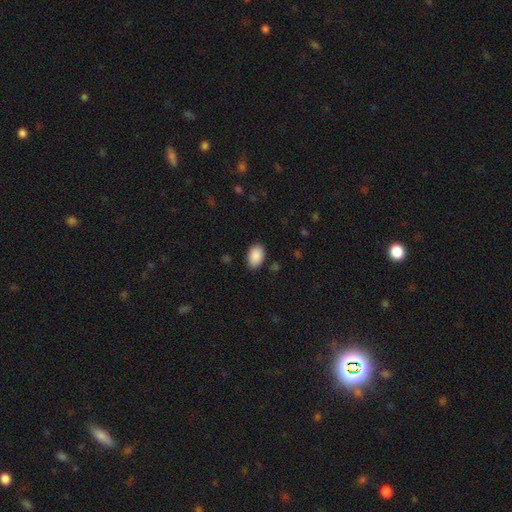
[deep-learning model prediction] This is clearly a smooth galaxy (90%). How rounded: clearly in between (89%). Merging: clearly none (84%).